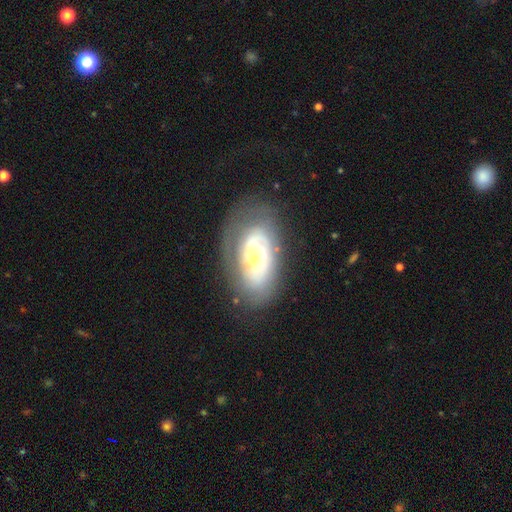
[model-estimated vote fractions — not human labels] A featured or disk galaxy (73%) with no bar (67%), tight (59%) spiral arms (82%) and a moderate central bulge (48%).

Vote fractions:
- Smooth or featured? featured or disk: 73% / smooth: 20% / star or artifact: 7%
- Edge-on disk? no: 95% / yes: 5%
- Bar? no: 67% / weak: 25% / strong: 8%
- Spiral arms? yes: 82% / no: 18%
- Spiral winding? tight: 59% / medium: 30% / loose: 11%
- Spiral arm count? can't tell: 38% / 2: 35% / 1: 13% / 3: 8% / 4: 3% / more than 4: 3%
- Bulge size? moderate: 48% / large: 32% / small: 13% / dominant: 5% / none: 2%
- Merging? none: 63% / minor disturbance: 21% / major disturbance: 14% / merger: 2%